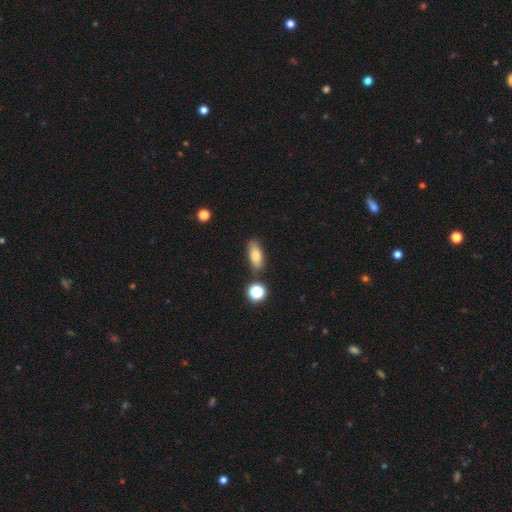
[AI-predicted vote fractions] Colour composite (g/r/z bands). It shows a smooth galaxy with no disk features (81%) that is in between round and cigar-shaped (75%). Merging: none (77%).